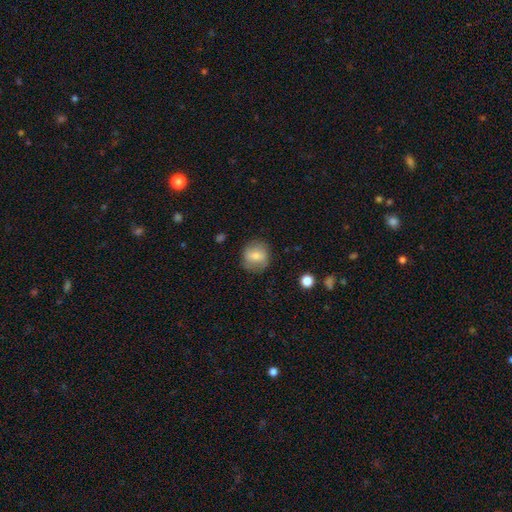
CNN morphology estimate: This is likely a smooth galaxy (71%). How rounded: clearly round (85%). Merging: clearly none (80%).